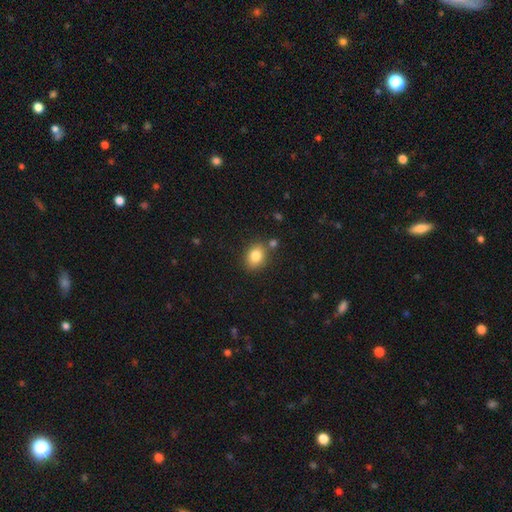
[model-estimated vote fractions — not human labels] smooth_or_featured: smooth (p=0.82) [alt: star or artifact p=0.09]
how_rounded: in between (p=0.59) [alt: round p=0.40]
merging: none (p=0.76) [alt: minor disturbance p=0.12]